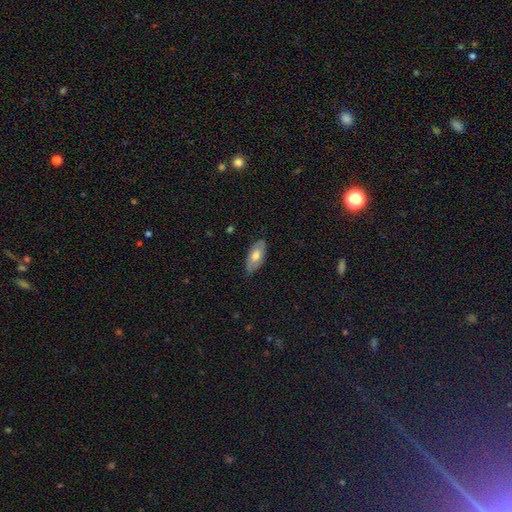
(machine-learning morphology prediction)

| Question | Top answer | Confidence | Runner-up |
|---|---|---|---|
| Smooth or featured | smooth | 62% | featured or disk (32%) |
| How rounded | in between | 89% | cigar-shaped (8%) |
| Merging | none | 78% | minor disturbance (18%) |